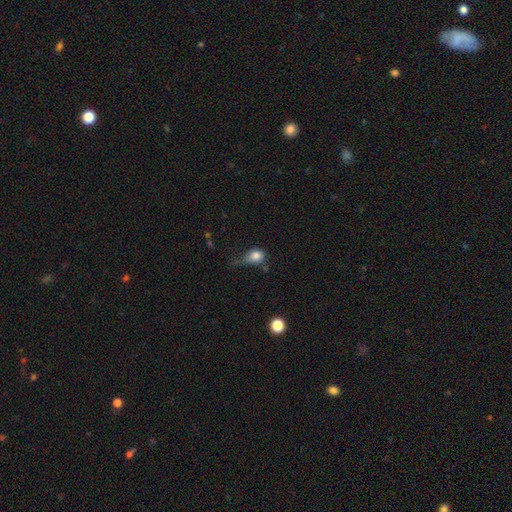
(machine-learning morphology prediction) Overall: smooth (79%). How rounded: round (54%; in between 43%). Merging: minor disturbance (36%; major disturbance 30%).